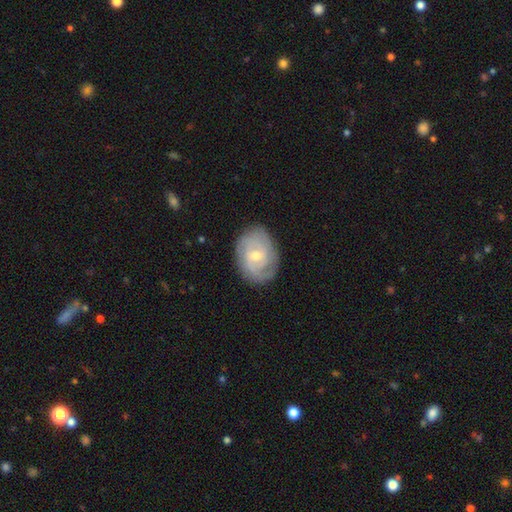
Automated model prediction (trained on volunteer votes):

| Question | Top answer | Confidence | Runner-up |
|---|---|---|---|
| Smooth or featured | featured or disk | 76% | smooth (18%) |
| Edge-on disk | no | 97% | yes (3%) |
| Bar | no | 53% | weak (39%) |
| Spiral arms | yes | 91% | no (9%) |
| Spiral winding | tight | 70% | medium (24%) |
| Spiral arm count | can't tell | 35% | 2 (34%) |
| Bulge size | moderate | 49% | small (48%) |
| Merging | none | 81% | minor disturbance (15%) |